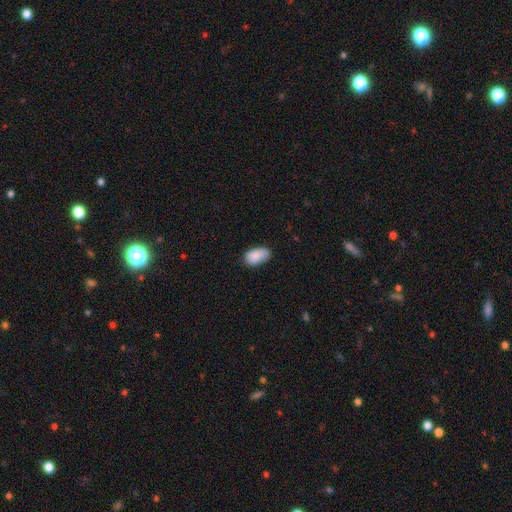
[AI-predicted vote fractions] Q: Smooth or featured?
A: smooth (87%); runner-up: star or artifact (7%)
Q: How rounded?
A: in between (93%); runner-up: round (5%)
Q: Merging?
A: none (69%); runner-up: minor disturbance (25%)